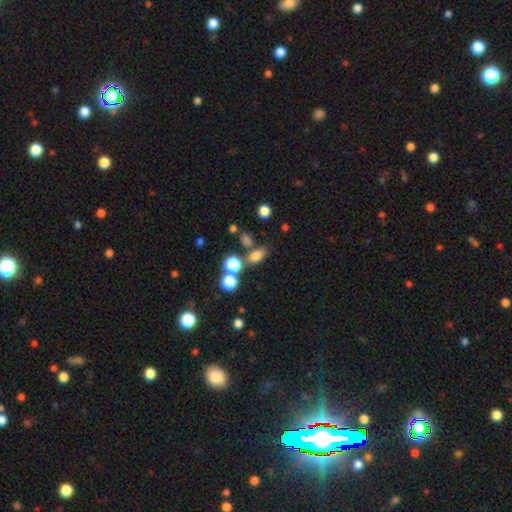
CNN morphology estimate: This is likely a smooth galaxy (74%). How rounded: likely in between (74%). Merging: likely none (63%).